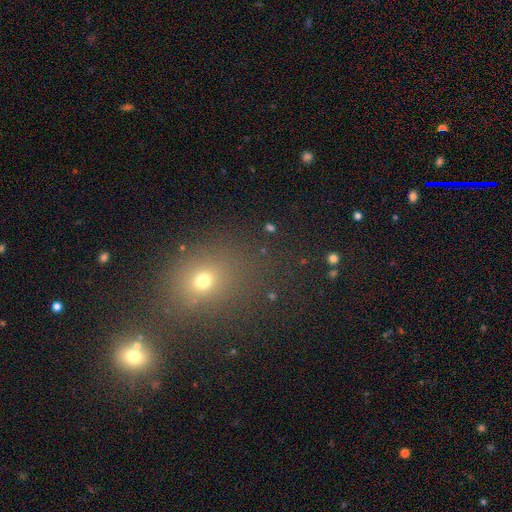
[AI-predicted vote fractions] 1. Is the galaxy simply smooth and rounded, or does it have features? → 48% smooth, 42% star or artifact, 9% featured or disk.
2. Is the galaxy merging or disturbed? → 67% none, 18% merger, 10% minor disturbance, 5% major disturbance.